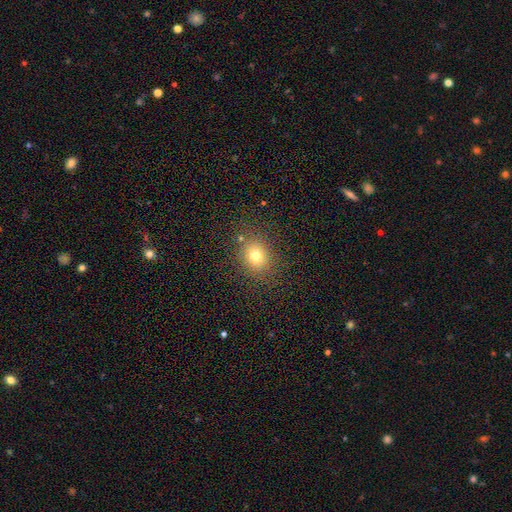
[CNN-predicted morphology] smooth-or-featured: smooth: 75% | star or artifact: 16% | featured or disk: 8%
  how-rounded: round: 73% | in between: 26% | cigar-shaped: 1%
  merging: none: 84% | minor disturbance: 10% | major disturbance: 4% | merger: 3%